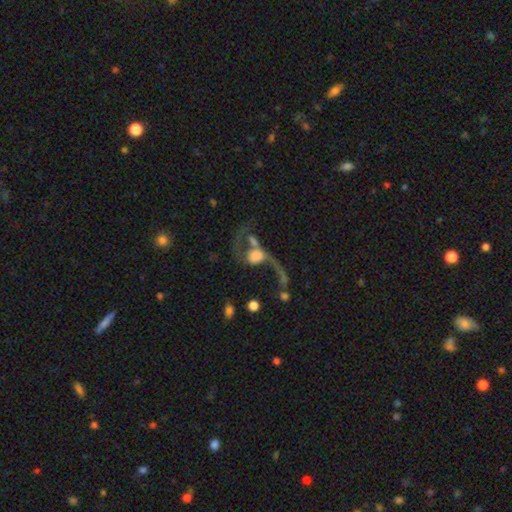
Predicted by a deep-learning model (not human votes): This appears to be a featured or disk galaxy (63%) with no bar (71%), spiral arms (75%) and a large central bulge (31%). Merging: merger (39%).